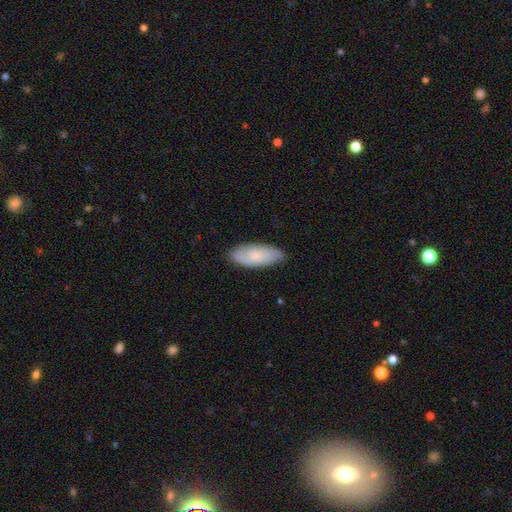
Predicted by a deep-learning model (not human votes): Q: Smooth or featured?
A: smooth (65%); runner-up: featured or disk (29%)
Q: How rounded?
A: in between (81%); runner-up: cigar-shaped (17%)
Q: Merging?
A: none (82%); runner-up: minor disturbance (15%)